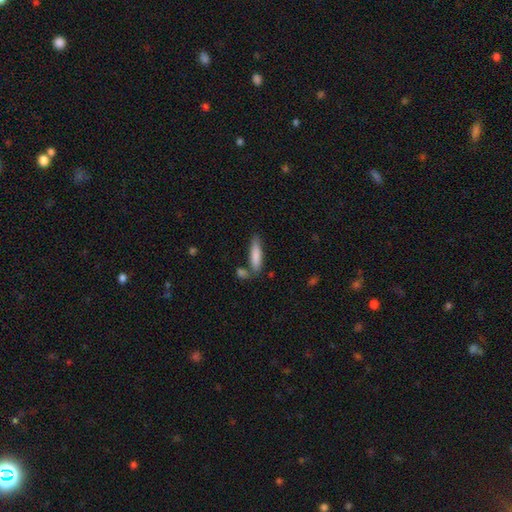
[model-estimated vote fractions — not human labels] A smooth galaxy with no disk features (83%) that is cigar-shaped (71%). Merging: none (69%).